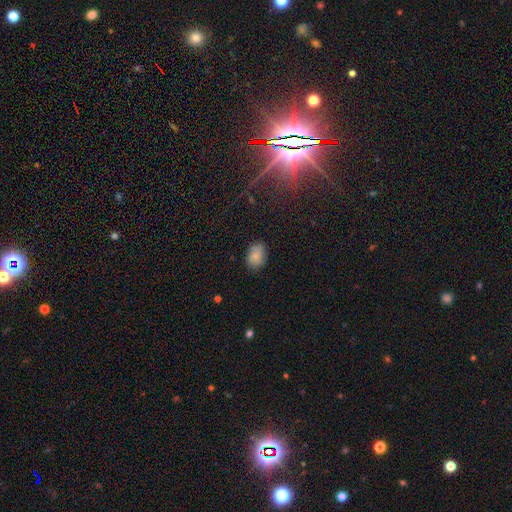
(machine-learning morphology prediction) A smooth galaxy with no disk features (77%) that is in between round and cigar-shaped (78%). Merging: none (79%).